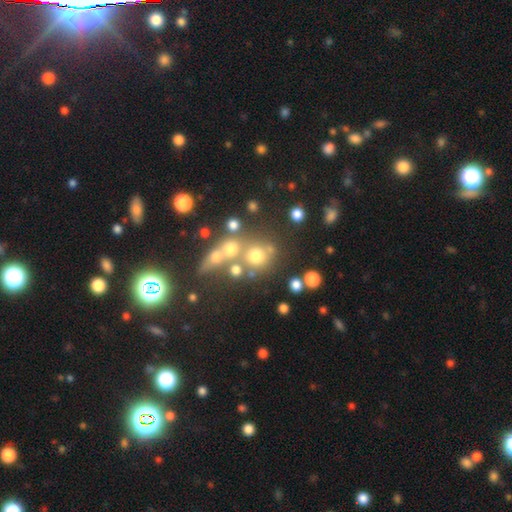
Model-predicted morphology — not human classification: Q: Smooth or featured?
A: smooth (66%); runner-up: star or artifact (18%)
Q: How rounded?
A: round (86%); runner-up: in between (12%)
Q: Merging?
A: none (54%); runner-up: merger (30%)